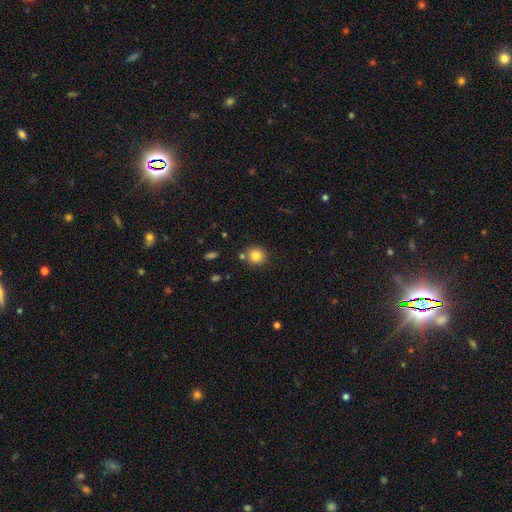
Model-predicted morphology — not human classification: Smooth or featured?
  - smooth: 84% *
  - star or artifact: 10%
  - featured or disk: 6%
How rounded?
  - round: 90% *
  - in between: 9%
  - cigar-shaped: 1%
Merging?
  - none: 79% *
  - merger: 9%
  - minor disturbance: 9%
  - major disturbance: 3%